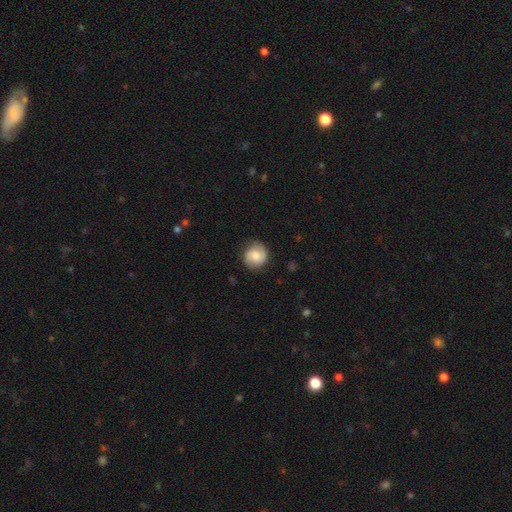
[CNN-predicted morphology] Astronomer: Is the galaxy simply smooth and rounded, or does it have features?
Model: smooth — 50% (runner-up: featured or disk, 43%).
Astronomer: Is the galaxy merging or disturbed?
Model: none — 83%.